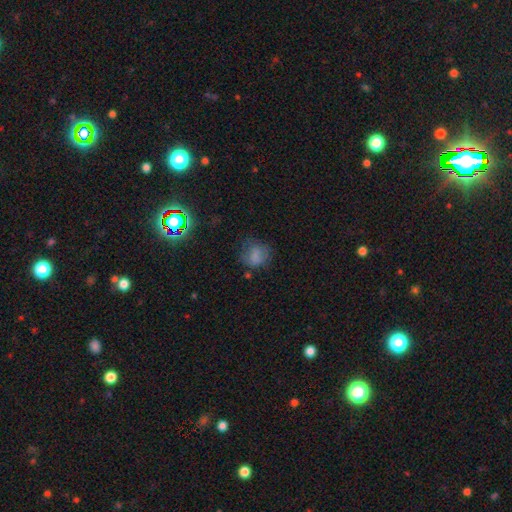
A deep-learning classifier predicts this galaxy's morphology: The model was most divided on "merging": none: 54%, minor disturbance: 25%, major disturbance: 18%, merger: 3%. More confident: smooth or featured — smooth (70%); how rounded — round (68%).